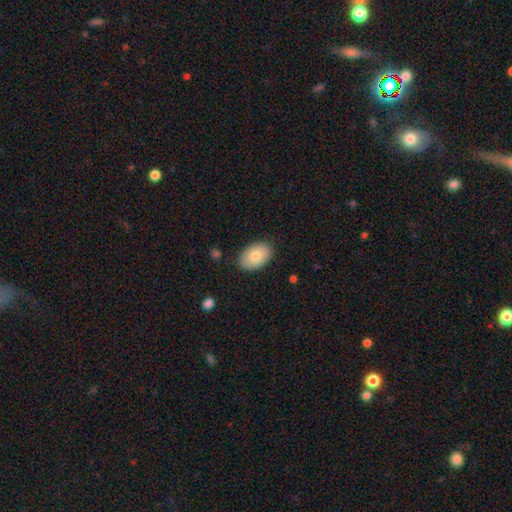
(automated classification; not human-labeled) Smooth or featured? Predicted: smooth (p=0.78). How rounded? Predicted: in between (p=0.89). Merging? Predicted: none (p=0.85).